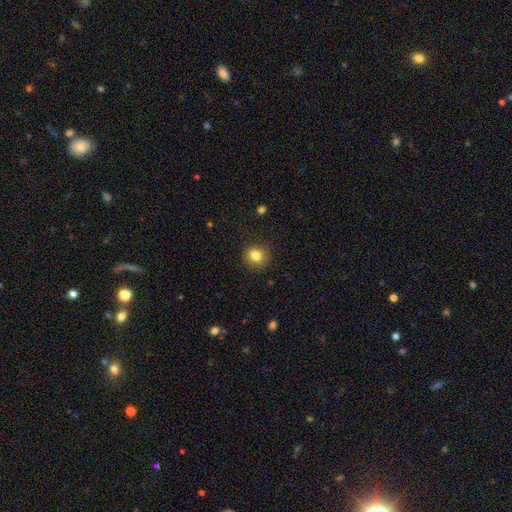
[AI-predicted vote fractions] Smooth or featured? smooth (83%)
How rounded? round (72%)
Merging? none (84%)